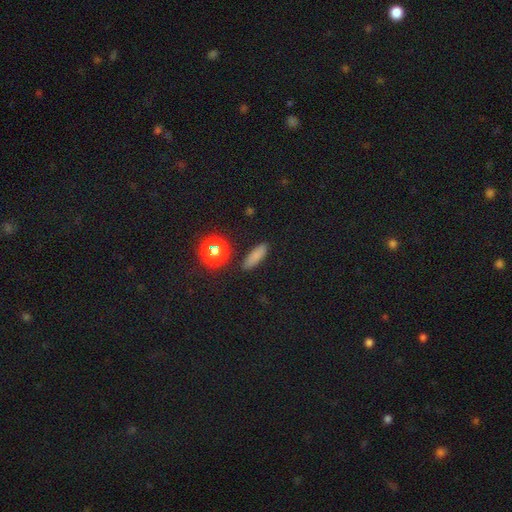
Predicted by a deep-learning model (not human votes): smooth_or_featured: smooth (p=0.78) [alt: star or artifact p=0.14]
how_rounded: cigar-shaped (p=0.50) [alt: in between p=0.45]
merging: none (p=0.86) [alt: minor disturbance p=0.09]